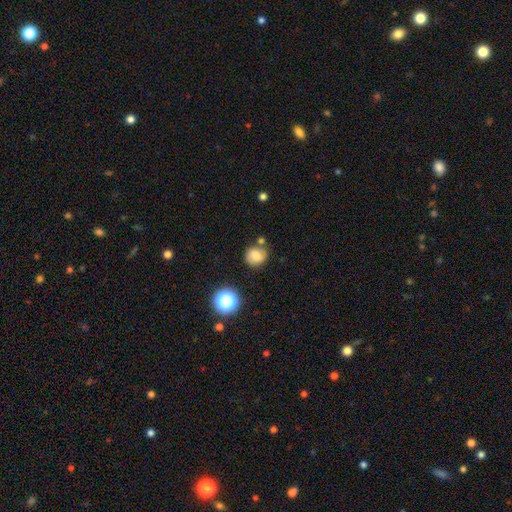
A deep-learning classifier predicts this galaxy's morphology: Smooth or featured? smooth (81%)
How rounded? round (79%)
Merging? none (73%)